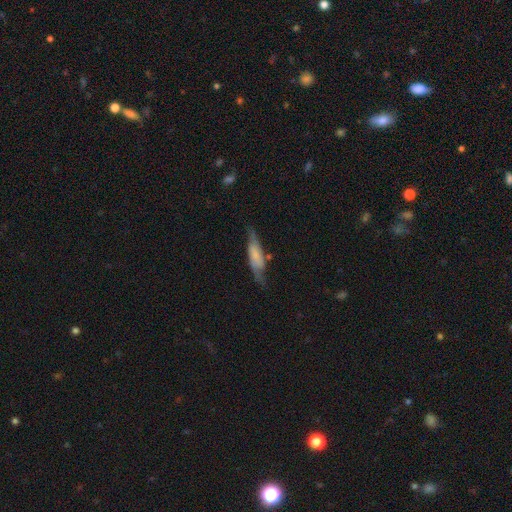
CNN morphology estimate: This appears to be a smooth galaxy with no disk features (47%, tied with featured or disk). Merging: none (56%).